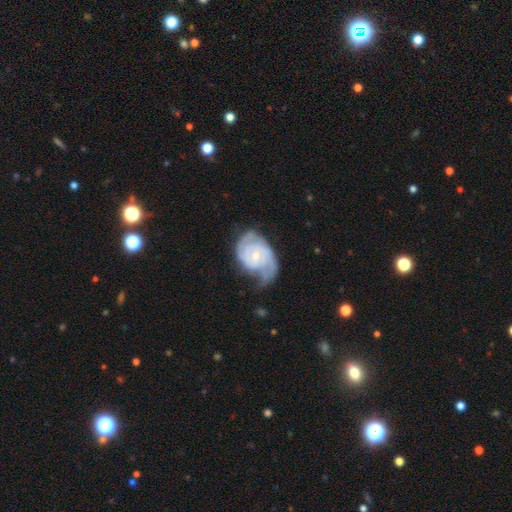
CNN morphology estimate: This appears to be a featured or disk galaxy (85%) with no bar (67%), 2 (58%) tight (58%) spiral arms (95%) and a small central bulge (57%). Merging: none (50%).